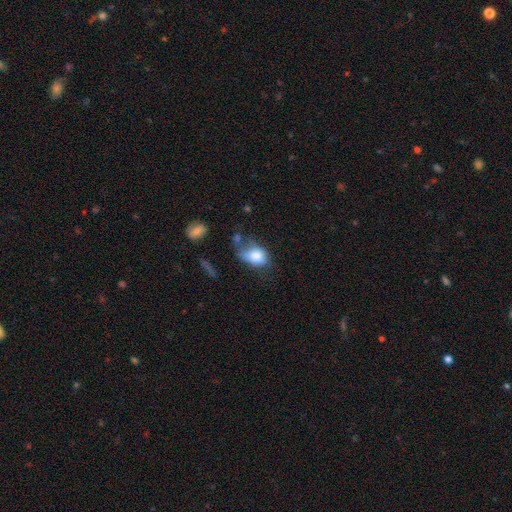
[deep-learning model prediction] Smooth or featured: smooth — 75% (featured or disk — 17%)
How rounded: in between — 75% (round — 23%)
Merging: minor disturbance — 32% (none — 30%)